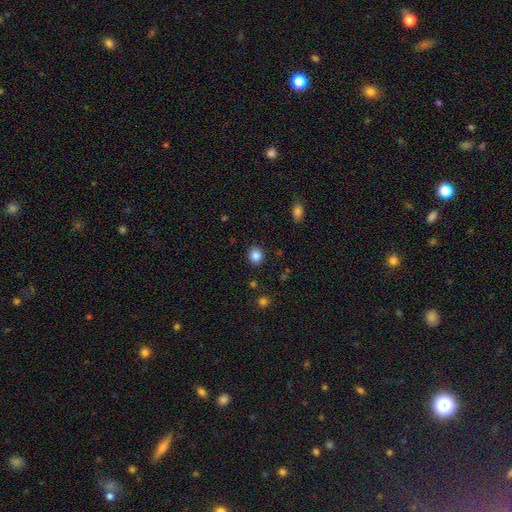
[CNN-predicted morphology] smooth 85%, star or artifact 10%, featured or disk 4%. Down the decision tree: how rounded — round (84%); merging — none (90%).